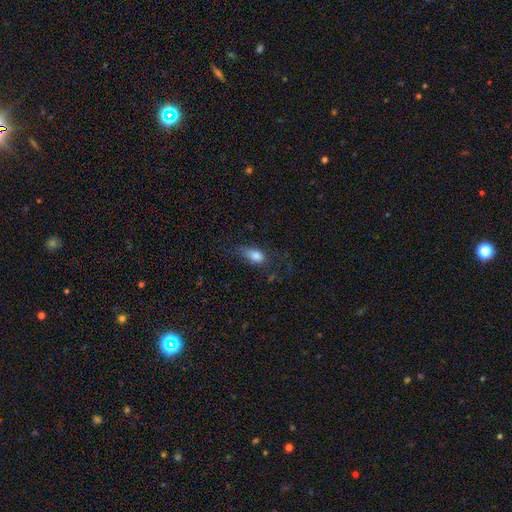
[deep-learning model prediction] Smooth or featured: smooth — 77% (featured or disk — 13%)
How rounded: in between — 80% (cigar-shaped — 10%)
Merging: none — 41% (minor disturbance — 30%)